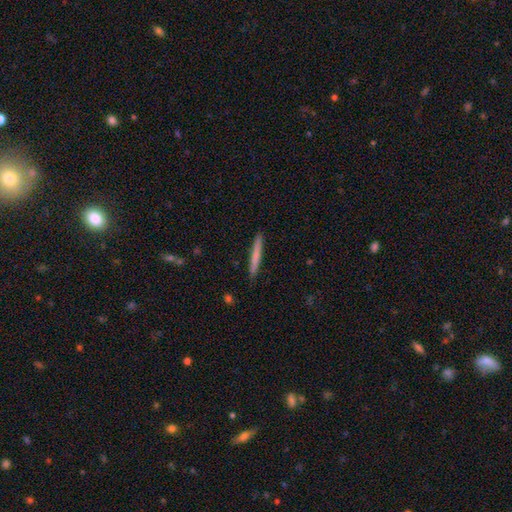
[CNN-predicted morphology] Smooth or featured: smooth — 69% (featured or disk — 25%)
How rounded: cigar-shaped — 97% (in between — 2%)
Merging: none — 91% (minor disturbance — 6%)